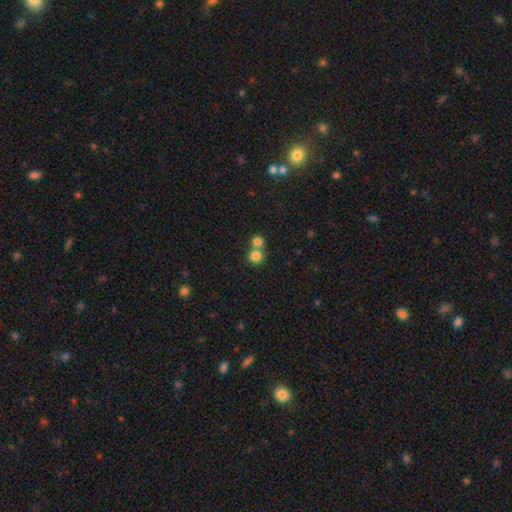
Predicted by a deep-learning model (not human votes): Smooth or featured: smooth — 81% (star or artifact — 11%)
How rounded: round — 89% (in between — 10%)
Merging: merger — 47% (none — 46%)